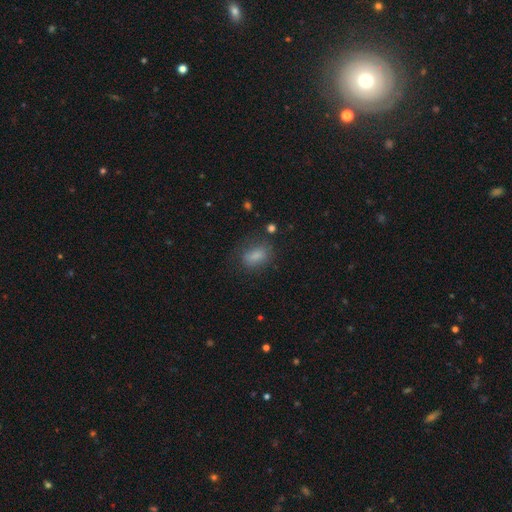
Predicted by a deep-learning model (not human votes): Q: Smooth or featured?
A: smooth (80%); runner-up: star or artifact (10%)
Q: How rounded?
A: in between (77%); runner-up: round (19%)
Q: Merging?
A: none (68%); runner-up: minor disturbance (20%)